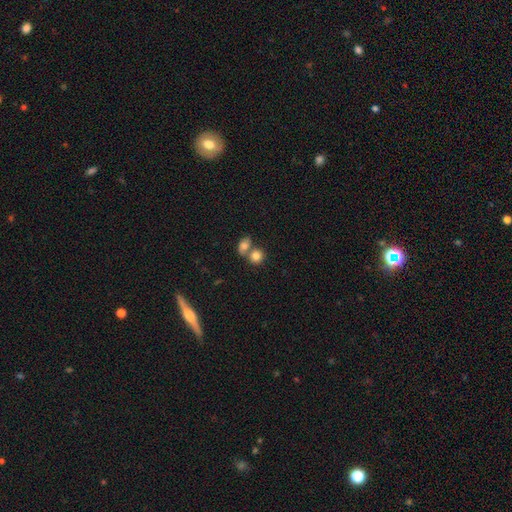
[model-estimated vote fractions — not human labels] A smooth galaxy with no disk features (81%) that is round (76%). Merging: merger (50%).